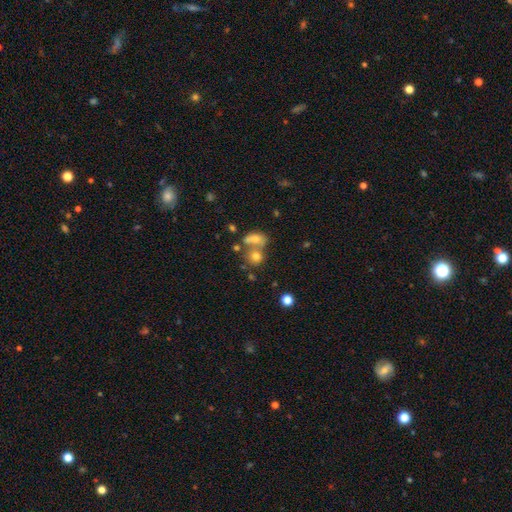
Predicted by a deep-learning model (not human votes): Smooth or featured? Predicted: smooth (p=0.65). How rounded? Predicted: round (p=0.67). Merging? Predicted: merger (p=0.47).